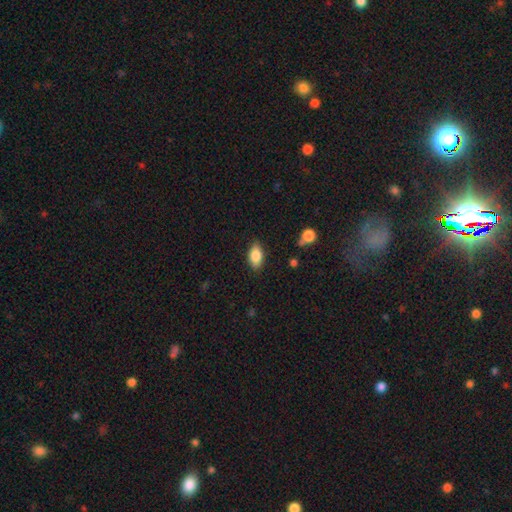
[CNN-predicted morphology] Smooth or featured? smooth (84%)
How rounded? in between (90%)
Merging? none (84%)